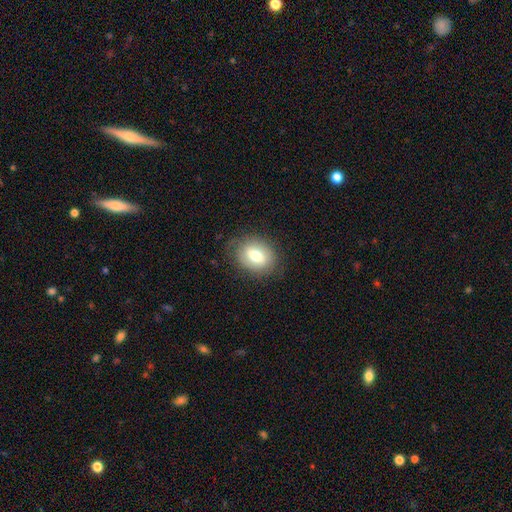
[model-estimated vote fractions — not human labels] This appears to be a smooth galaxy with no disk features (65%) that is in between round and cigar-shaped (63%). Merging: none (75%).